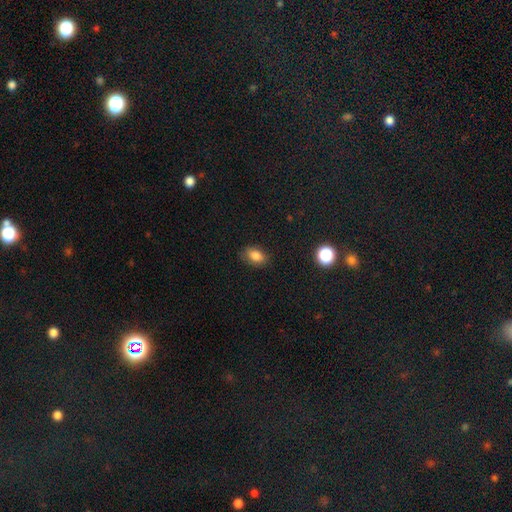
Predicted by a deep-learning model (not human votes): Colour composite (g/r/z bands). It shows a smooth galaxy with no disk features (83%) that is in between round and cigar-shaped (85%). Merging: none (79%).